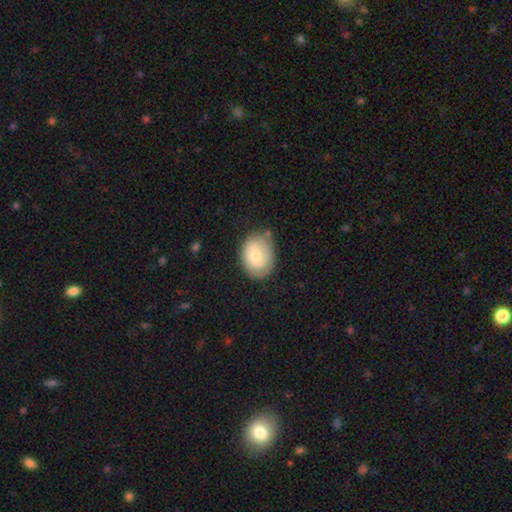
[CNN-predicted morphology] smooth_or_featured: smooth (p=0.52) [alt: featured or disk p=0.41]
how_rounded: in between (p=0.65) [alt: round p=0.34]
merging: none (p=0.70) [alt: minor disturbance p=0.21]